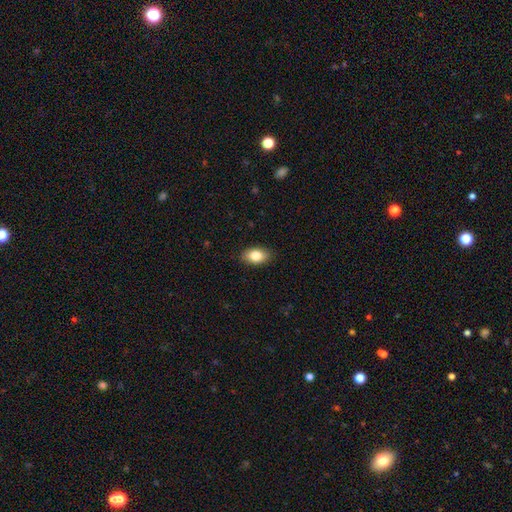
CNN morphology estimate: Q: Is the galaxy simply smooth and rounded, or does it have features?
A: smooth — 83%.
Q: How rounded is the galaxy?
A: in between — 90%.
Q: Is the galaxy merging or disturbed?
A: none — 88%.